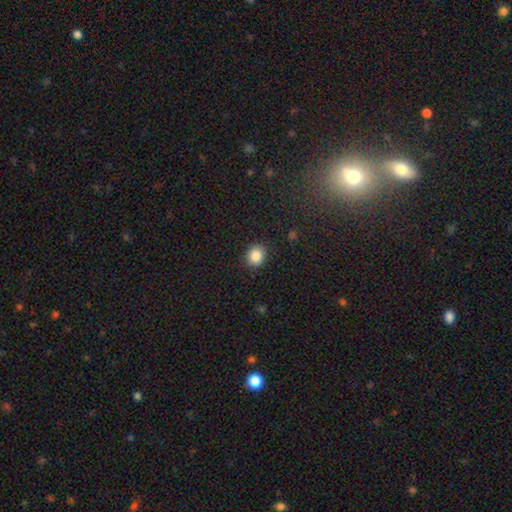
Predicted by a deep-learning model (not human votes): smooth_or_featured: smooth (p=0.87) [alt: star or artifact p=0.09]
how_rounded: round (p=0.76) [alt: in between p=0.23]
merging: none (p=0.89) [alt: minor disturbance p=0.08]